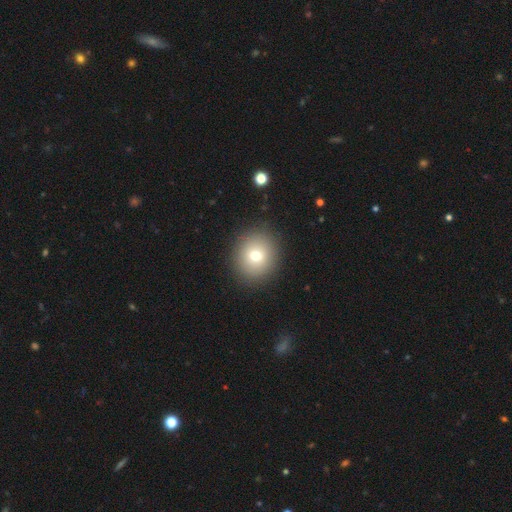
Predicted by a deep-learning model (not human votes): smooth 73%, featured or disk 14%, star or artifact 13%. Down the decision tree: how rounded — round (84%); merging — none (89%).